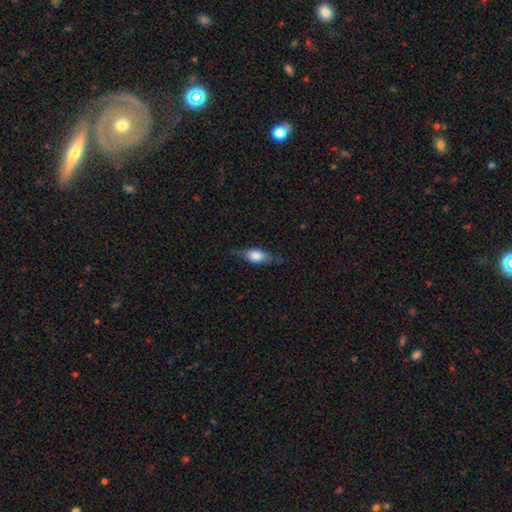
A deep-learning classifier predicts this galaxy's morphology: smooth 52%, featured or disk 40%, star or artifact 8%. Down the decision tree: how rounded — in between (71%); merging — none (71%).